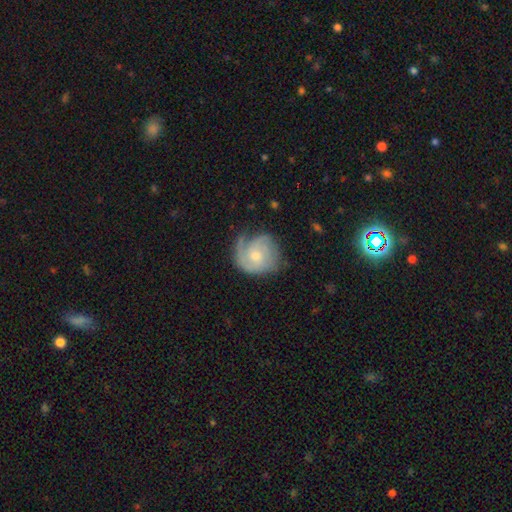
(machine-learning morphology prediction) This is likely a featured or disk galaxy (70%). It is clearly not viewed edge-on (98%). Bar: likely no (70%). Spiral arm pattern: clearly yes (91%). Spiral arm count: marginally 2 (29%). Spiral winding: possibly tight (51%). Central bulge: possibly moderate (53%). Merging: possibly none (56%).